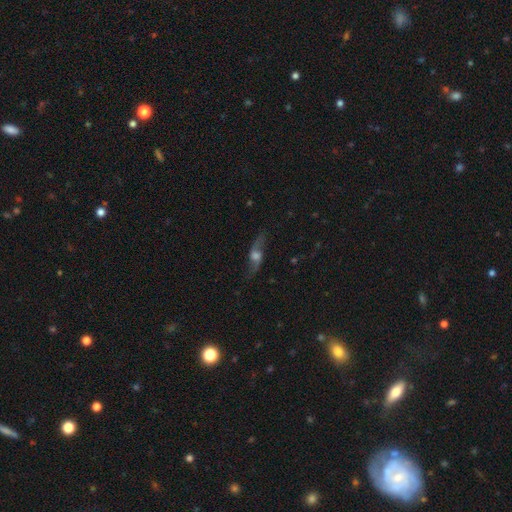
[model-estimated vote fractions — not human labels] Q: Smooth or featured?
A: featured or disk (72%); runner-up: smooth (20%)
Q: Edge-on disk?
A: no (66%); runner-up: yes (34%)
Q: Merging?
A: none (75%); runner-up: minor disturbance (15%)